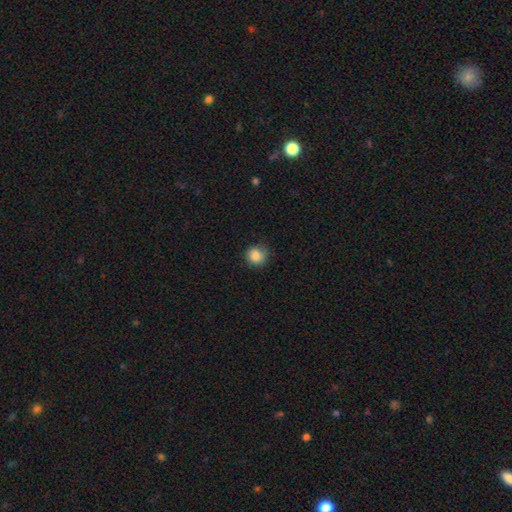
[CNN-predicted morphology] A smooth galaxy with no disk features (86%) that is round (85%).

Vote fractions:
- Smooth or featured? smooth: 86% / star or artifact: 9% / featured or disk: 5%
- How rounded? round: 85% / in between: 14% / cigar-shaped: 1%
- Merging? none: 72% / minor disturbance: 22% / major disturbance: 5% / merger: 1%